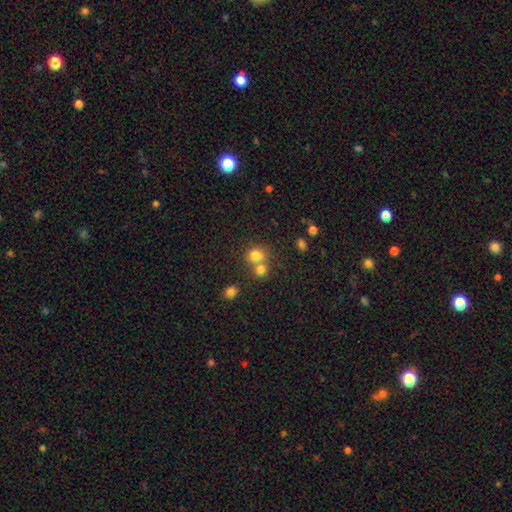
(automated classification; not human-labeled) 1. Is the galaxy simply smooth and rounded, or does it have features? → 77% smooth, 14% star or artifact, 10% featured or disk.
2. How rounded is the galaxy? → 71% round, 28% in between, 1% cigar-shaped.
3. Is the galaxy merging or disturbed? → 47% merger, 41% none, 8% minor disturbance, 4% major disturbance.